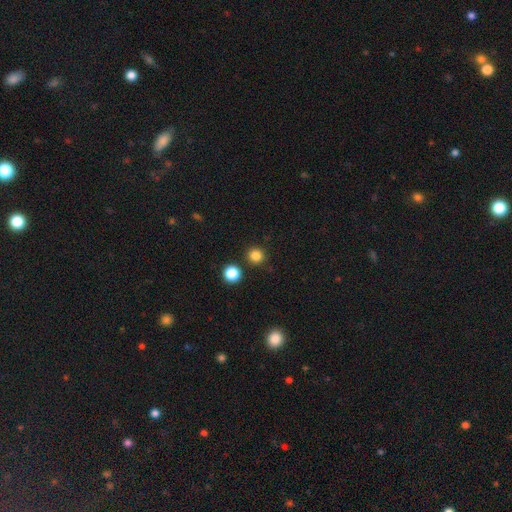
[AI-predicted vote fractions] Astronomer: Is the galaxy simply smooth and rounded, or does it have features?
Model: smooth — 83%.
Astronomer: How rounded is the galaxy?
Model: round — 94%.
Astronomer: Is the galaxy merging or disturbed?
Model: none — 87%.